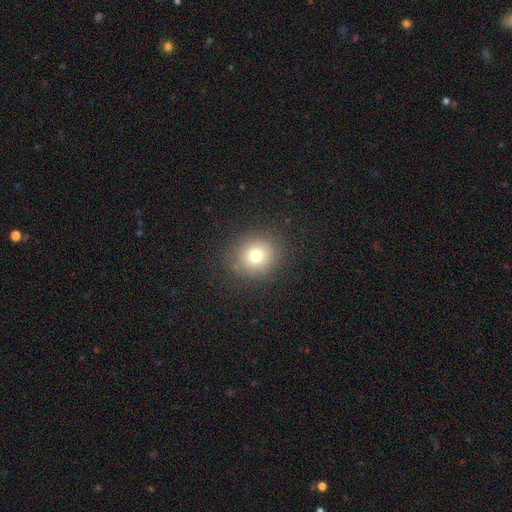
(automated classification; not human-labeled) smooth 73%, star or artifact 15%, featured or disk 11%. Down the decision tree: how rounded — round (87%); merging — none (87%).